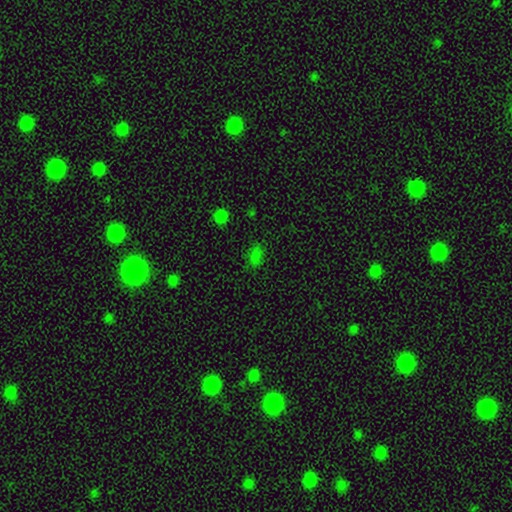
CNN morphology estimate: A smooth galaxy with no disk features (69%) that is in between round and cigar-shaped (82%).

Vote fractions:
- Smooth or featured? smooth: 69% / star or artifact: 26% / featured or disk: 5%
- How rounded? in between: 82% / round: 15% / cigar-shaped: 3%
- Merging? none: 81% / minor disturbance: 13% / major disturbance: 4% / merger: 2%